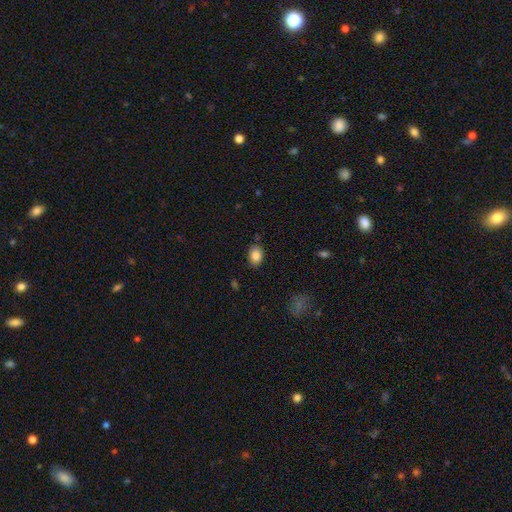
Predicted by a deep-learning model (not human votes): This appears to be a smooth galaxy with no disk features (86%) that is in between round and cigar-shaped (71%). Merging: none (82%).